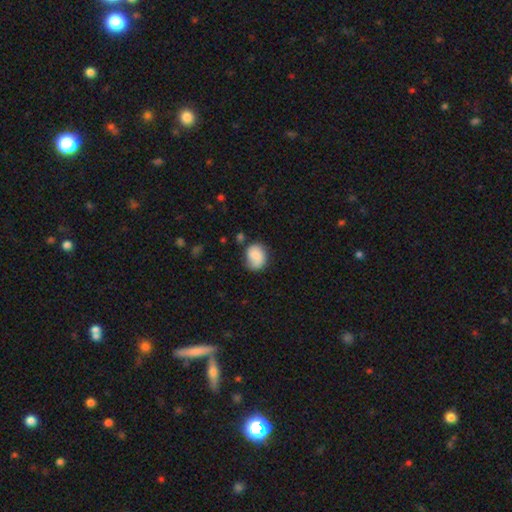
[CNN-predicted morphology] Smooth or featured? Predicted: smooth (p=0.73). How rounded? Predicted: round (p=0.55). Merging? Predicted: none (p=0.59).